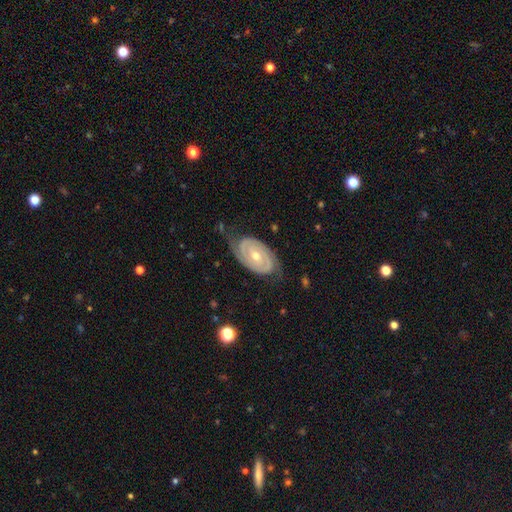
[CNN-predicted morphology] Q: Smooth or featured?
A: featured or disk (87%); runner-up: smooth (8%)
Q: Edge-on disk?
A: no (96%); runner-up: yes (4%)
Q: Bar?
A: no (62%); runner-up: weak (27%)
Q: Spiral arms?
A: yes (95%); runner-up: no (5%)
Q: Spiral winding?
A: tight (68%); runner-up: medium (25%)
Q: Spiral arm count?
A: 2 (82%); runner-up: can't tell (9%)
Q: Bulge size?
A: moderate (50%); runner-up: small (48%)
Q: Merging?
A: none (71%); runner-up: minor disturbance (19%)